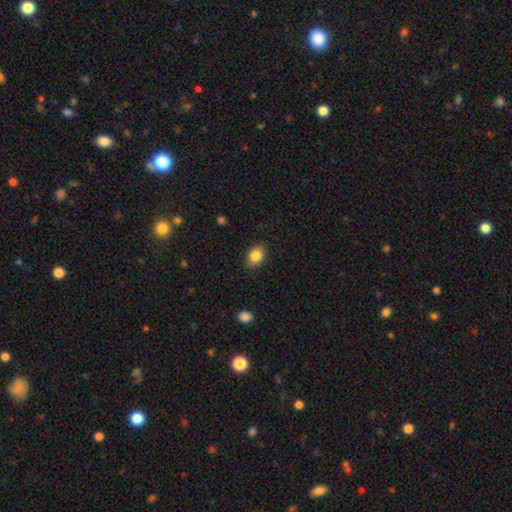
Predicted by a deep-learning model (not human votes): smooth-or-featured: smooth: 86% | star or artifact: 8% | featured or disk: 6%
  how-rounded: in between: 69% | round: 30% | cigar-shaped: 1%
  merging: none: 85% | minor disturbance: 11% | major disturbance: 3% | merger: 1%